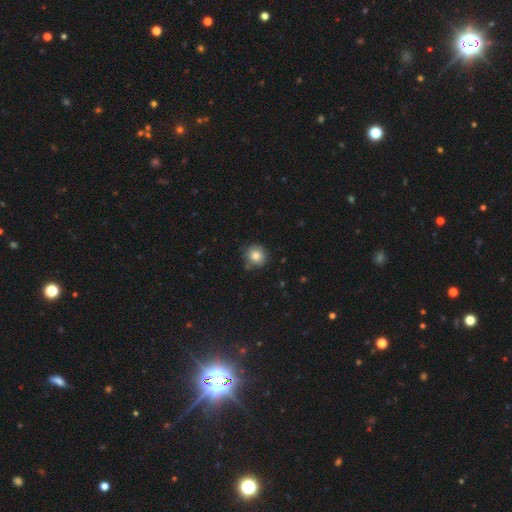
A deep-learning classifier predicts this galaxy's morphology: A smooth galaxy with no disk features (83%) that is round (90%). Merging: none (80%).